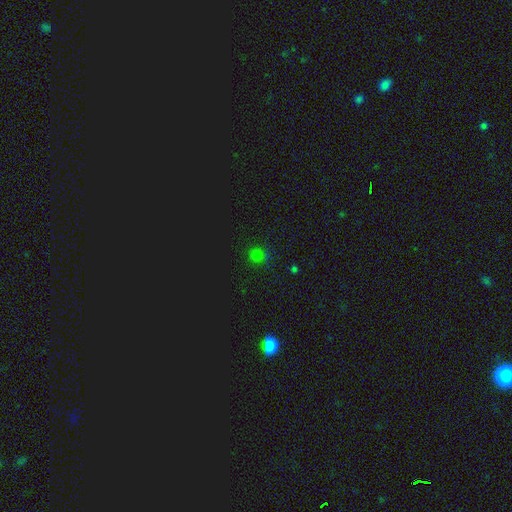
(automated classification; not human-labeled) A smooth galaxy with no disk features (63%) that is round (92%). Merging: none (83%).